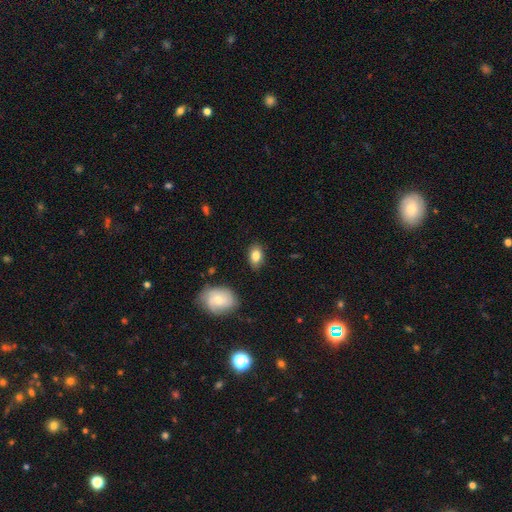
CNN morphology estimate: smooth 83%, featured or disk 9%, star or artifact 8%. Down the decision tree: how rounded — in between (84%); merging — none (82%).